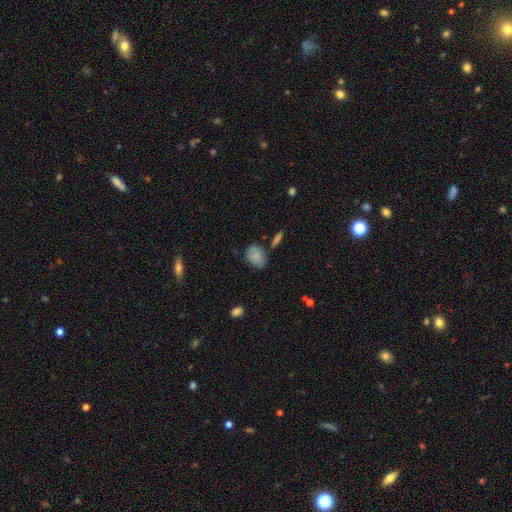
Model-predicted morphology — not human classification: smooth-or-featured: smooth: 84% | featured or disk: 8% | star or artifact: 8%
  how-rounded: in between: 78% | round: 20% | cigar-shaped: 2%
  merging: none: 70% | minor disturbance: 20% | merger: 6% | major disturbance: 5%